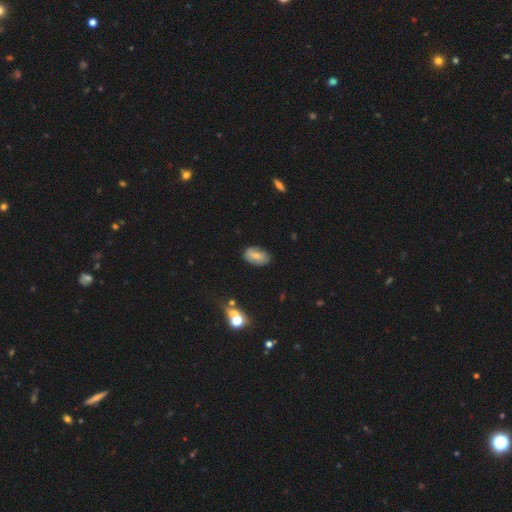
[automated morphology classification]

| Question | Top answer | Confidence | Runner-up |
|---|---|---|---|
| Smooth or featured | smooth | 60% | featured or disk (30%) |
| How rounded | in between | 90% | round (8%) |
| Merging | none | 77% | minor disturbance (18%) |